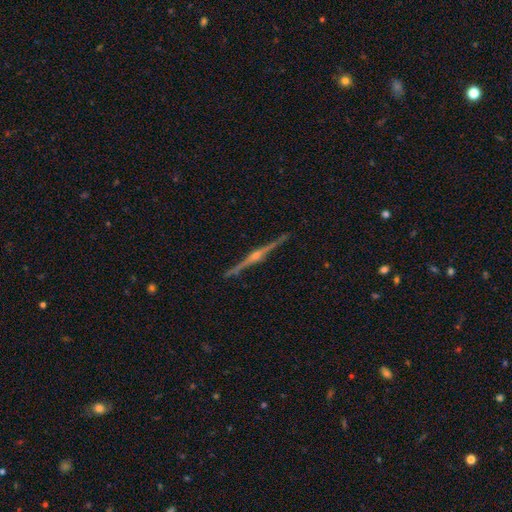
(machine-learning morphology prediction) A featured or disk galaxy (90%) viewed edge-on (99%) with a rounded central bulge (91%).

Vote fractions:
- Smooth or featured? featured or disk: 90% / smooth: 5% / star or artifact: 5%
- Edge-on disk? yes: 99% / no: 1%
- Edge-on bulge? rounded: 91% / boxy: 5% / none: 4%
- Merging? none: 92% / minor disturbance: 5% / major disturbance: 1% / merger: 1%